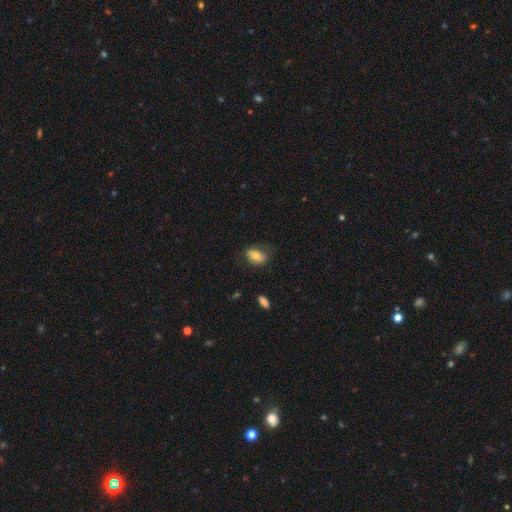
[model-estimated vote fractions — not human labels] A smooth galaxy with no disk features (70%) that is in between round and cigar-shaped (83%).

Vote fractions:
- Smooth or featured? smooth: 70% / featured or disk: 22% / star or artifact: 8%
- How rounded? in between: 83% / round: 14% / cigar-shaped: 2%
- Merging? none: 63% / minor disturbance: 25% / major disturbance: 11% / merger: 2%